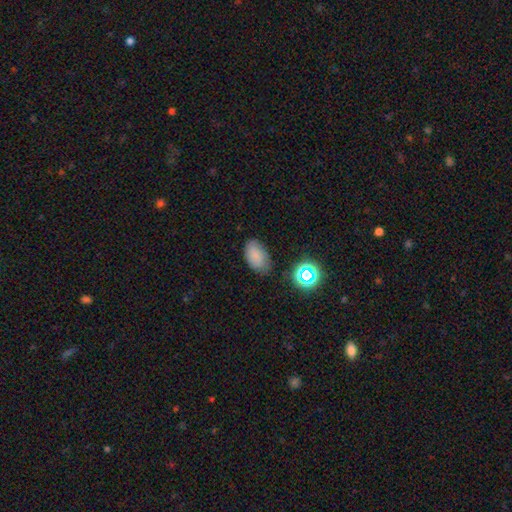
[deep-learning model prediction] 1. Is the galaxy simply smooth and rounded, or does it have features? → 79% smooth, 13% star or artifact, 8% featured or disk.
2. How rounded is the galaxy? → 92% in between, 7% round, 1% cigar-shaped.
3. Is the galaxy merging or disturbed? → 70% none, 22% minor disturbance, 5% major disturbance, 3% merger.